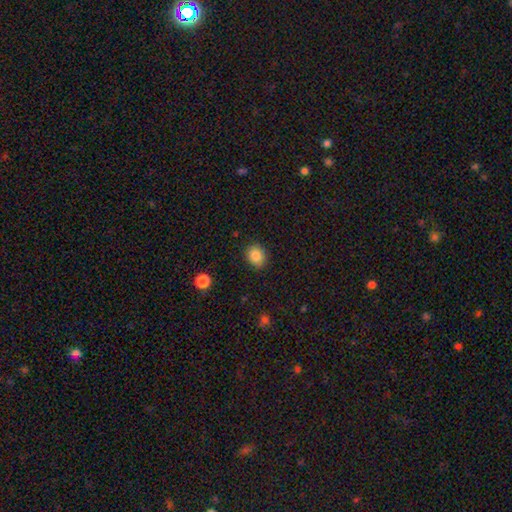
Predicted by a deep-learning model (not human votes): Smooth or featured? Predicted: smooth (p=0.86). How rounded? Predicted: round (p=0.54). Merging? Predicted: none (p=0.87).